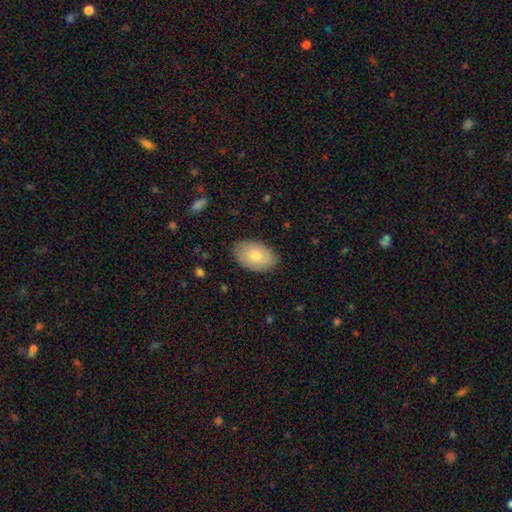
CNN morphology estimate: smooth-or-featured: smooth: 77% | featured or disk: 17% | star or artifact: 6%
  how-rounded: in between: 91% | round: 8% | cigar-shaped: 1%
  merging: none: 85% | minor disturbance: 12% | major disturbance: 3% | merger: 1%